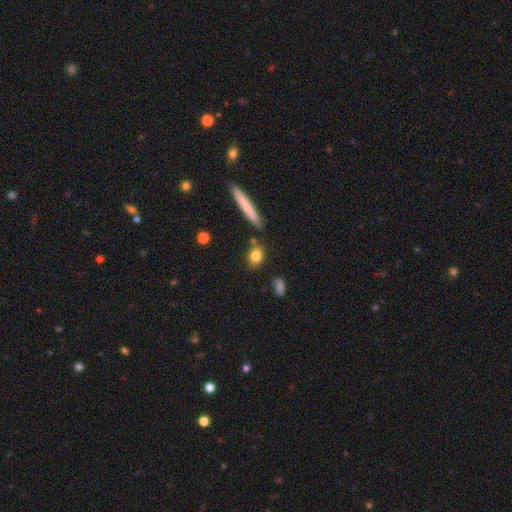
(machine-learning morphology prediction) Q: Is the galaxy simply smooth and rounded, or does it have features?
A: smooth — 80%.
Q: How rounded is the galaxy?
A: in between — 61%.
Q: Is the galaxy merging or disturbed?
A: none — 76%.